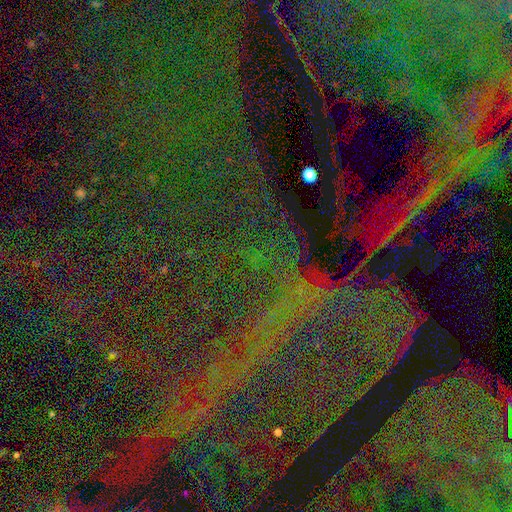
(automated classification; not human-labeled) Overall: star or artifact (81%).